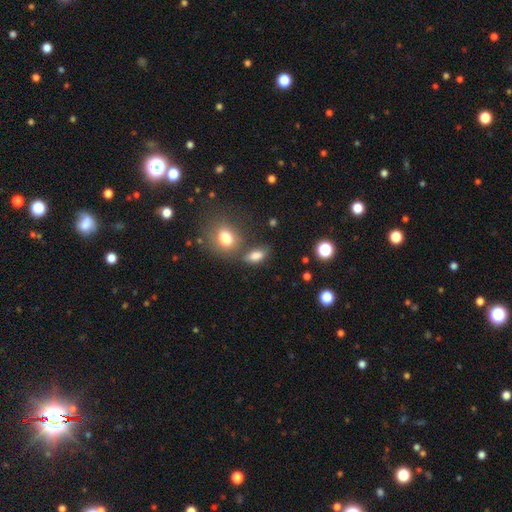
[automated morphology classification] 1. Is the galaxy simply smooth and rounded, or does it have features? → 81% smooth, 11% star or artifact, 8% featured or disk.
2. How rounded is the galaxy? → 83% in between, 11% round, 6% cigar-shaped.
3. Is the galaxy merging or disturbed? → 59% none, 18% minor disturbance, 17% merger, 7% major disturbance.